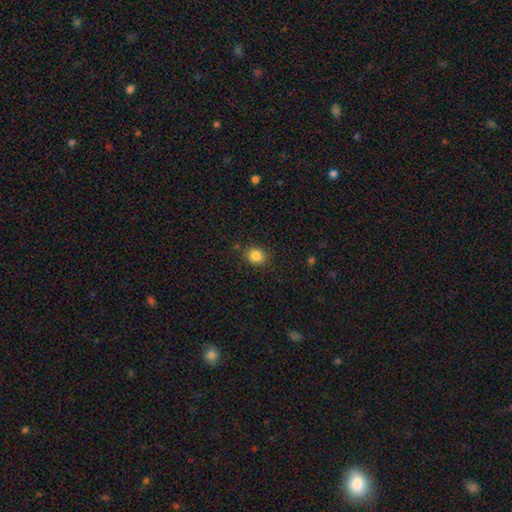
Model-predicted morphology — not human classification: Smooth or featured? smooth (85%)
How rounded? round (77%)
Merging? none (87%)